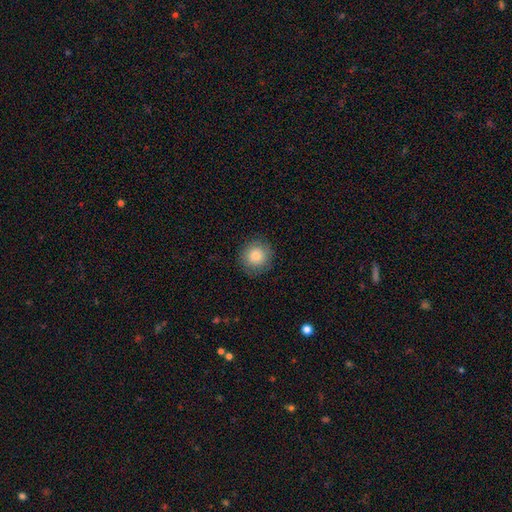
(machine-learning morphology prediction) type=smooth (83%); roundness=round (91%); merging=none (87%).